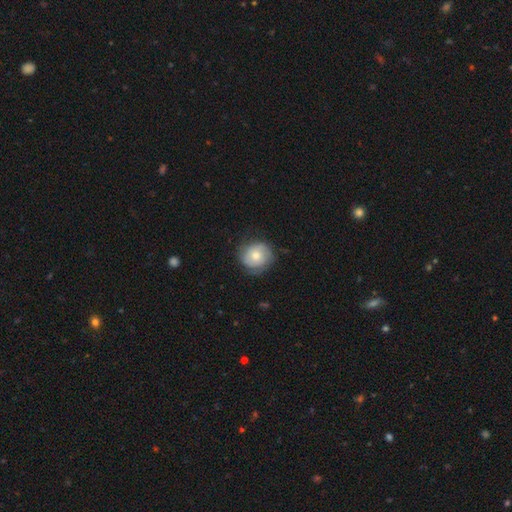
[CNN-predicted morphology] Q: Smooth or featured?
A: smooth (52%); runner-up: featured or disk (41%)
Q: How rounded?
A: round (85%); runner-up: in between (14%)
Q: Merging?
A: none (71%); runner-up: minor disturbance (21%)